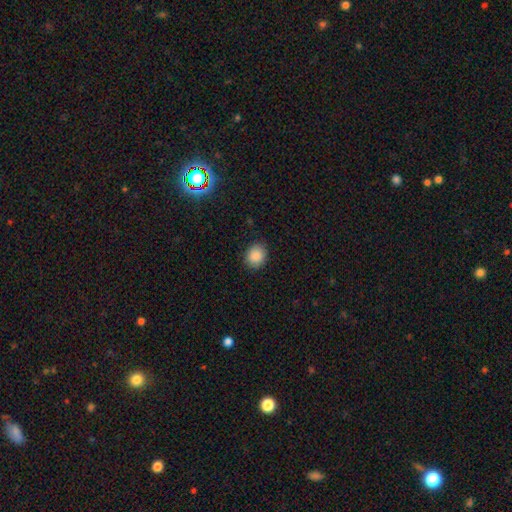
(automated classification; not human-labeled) Q: Smooth or featured?
A: smooth (87%); runner-up: star or artifact (9%)
Q: How rounded?
A: round (69%); runner-up: in between (30%)
Q: Merging?
A: none (88%); runner-up: minor disturbance (8%)